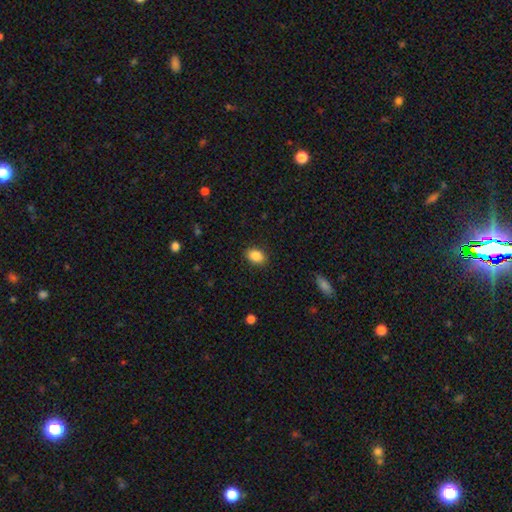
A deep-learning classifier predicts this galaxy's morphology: A smooth galaxy with no disk features (88%) that is in between round and cigar-shaped (80%).

Vote fractions:
- Smooth or featured? smooth: 88% / star or artifact: 8% / featured or disk: 4%
- How rounded? in between: 80% / round: 19% / cigar-shaped: 1%
- Merging? none: 88% / minor disturbance: 9% / major disturbance: 2% / merger: 1%